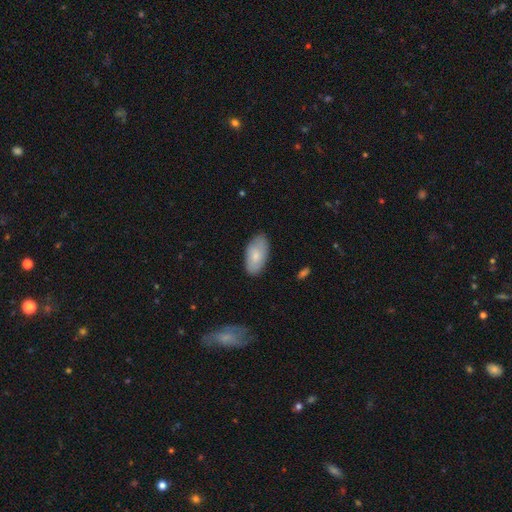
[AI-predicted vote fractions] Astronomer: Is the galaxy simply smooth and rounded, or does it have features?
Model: smooth — 79%.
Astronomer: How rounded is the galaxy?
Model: in between — 95%.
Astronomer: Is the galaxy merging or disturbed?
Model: none — 82%.